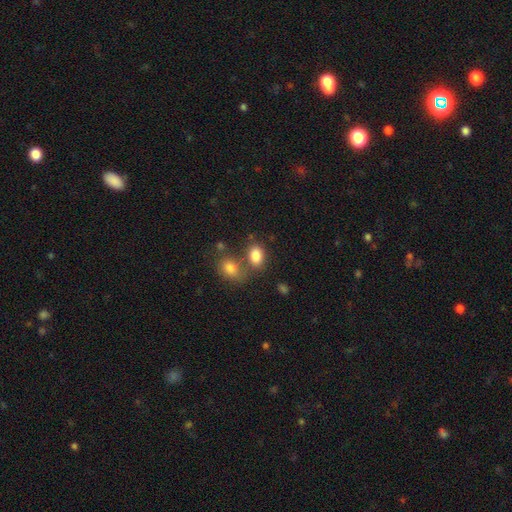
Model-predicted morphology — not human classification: Smooth or featured? Predicted: smooth (p=0.83). How rounded? Predicted: in between (p=0.77). Merging? Predicted: none (p=0.53).